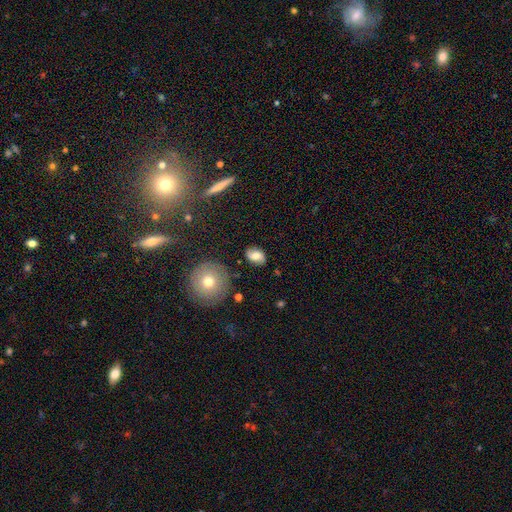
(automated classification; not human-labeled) A smooth galaxy with no disk features (63%) that is in between round and cigar-shaped (76%). Merging: none (80%).